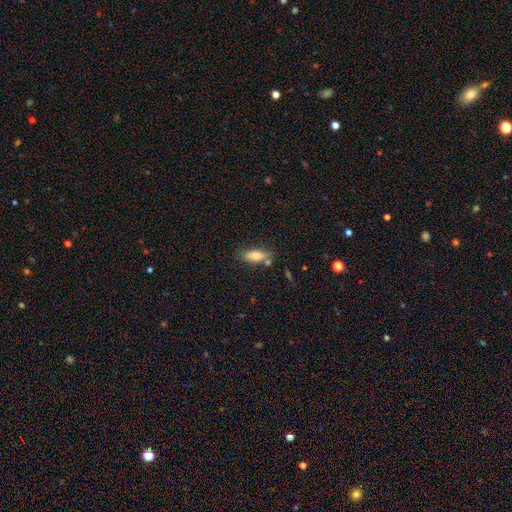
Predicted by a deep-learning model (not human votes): The model was most divided on "how rounded": in between: 70%, cigar-shaped: 28%, round: 2%. More confident: smooth or featured — smooth (81%); merging — none (68%).